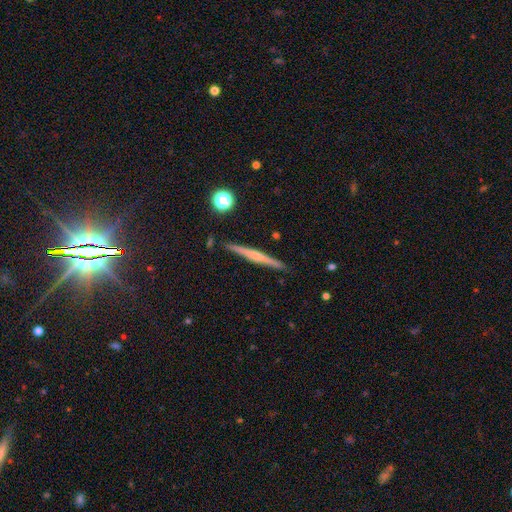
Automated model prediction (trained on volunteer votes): Smooth or featured?
  - featured or disk: 65% *
  - smooth: 28%
  - star or artifact: 7%
Edge-on disk?
  - yes: 98% *
  - no: 2%
Edge-on bulge?
  - rounded: 60% *
  - none: 30%
  - boxy: 11%
Merging?
  - none: 90% *
  - minor disturbance: 7%
  - merger: 2%
  - major disturbance: 1%